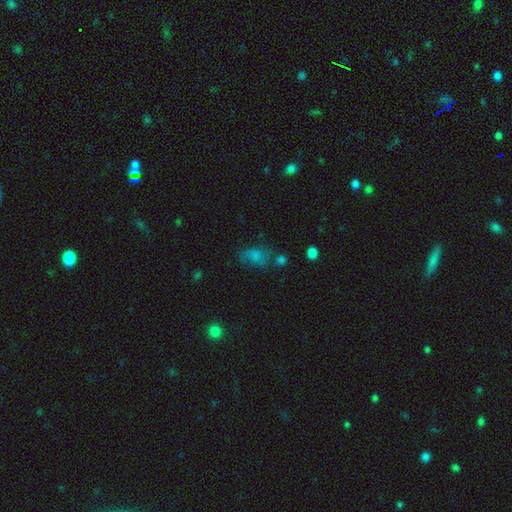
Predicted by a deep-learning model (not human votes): Smooth or featured?
  - smooth: 63% *
  - featured or disk: 20%
  - star or artifact: 17%
How rounded?
  - in between: 79% *
  - round: 18%
  - cigar-shaped: 3%
Merging?
  - none: 47% *
  - minor disturbance: 25%
  - major disturbance: 18%
  - merger: 10%